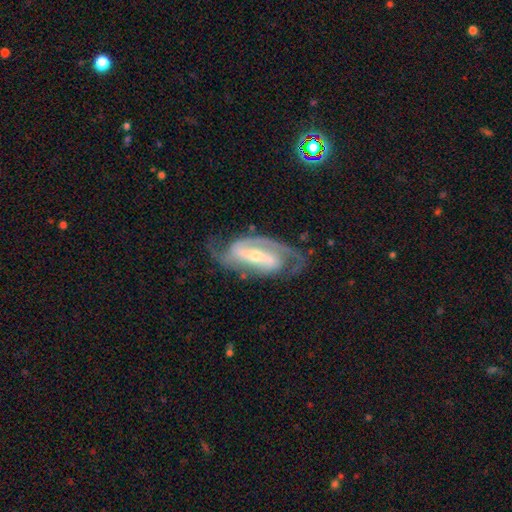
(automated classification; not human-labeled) smooth_or_featured: featured or disk (p=0.89) [alt: smooth p=0.07]
disk_edge_on: no (p=0.95) [alt: yes p=0.05]
bar: strong (p=0.53) [alt: weak p=0.30]
has_spiral_arms: yes (p=0.96) [alt: no p=0.04]
spiral_winding: medium (p=0.46) [alt: tight p=0.40]
spiral_arm_count: 2 (p=0.82) [alt: can't tell p=0.06]
bulge_size: small (p=0.55) [alt: moderate p=0.40]
merging: none (p=0.69) [alt: minor disturbance p=0.18]